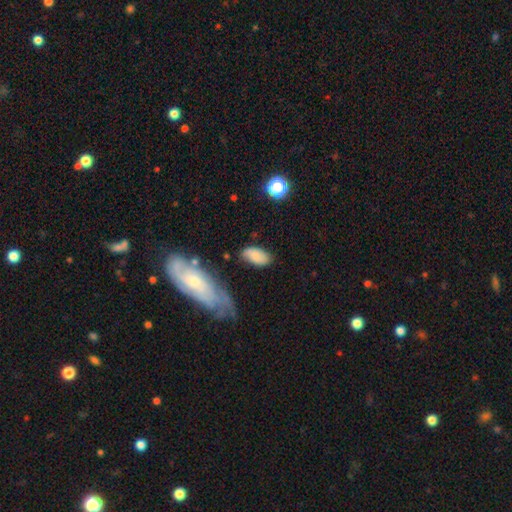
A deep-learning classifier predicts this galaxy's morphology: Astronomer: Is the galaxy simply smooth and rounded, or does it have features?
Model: smooth — 75%.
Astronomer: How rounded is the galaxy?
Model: in between — 92%.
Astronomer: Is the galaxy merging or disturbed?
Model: none — 67%.